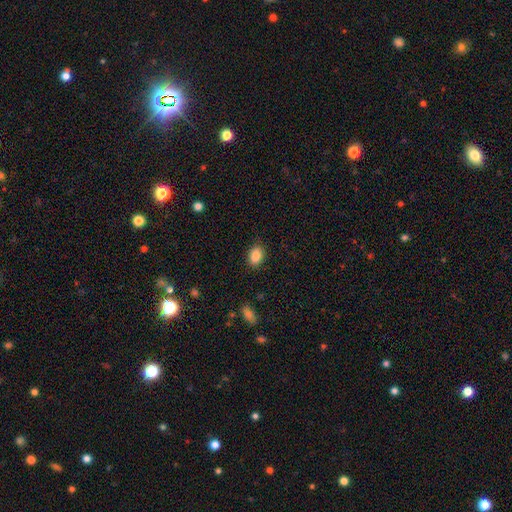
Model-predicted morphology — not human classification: The model was most divided on "how rounded": in between: 83%, round: 16%, cigar-shaped: 1%. More confident: smooth or featured — smooth (88%); merging — none (87%).